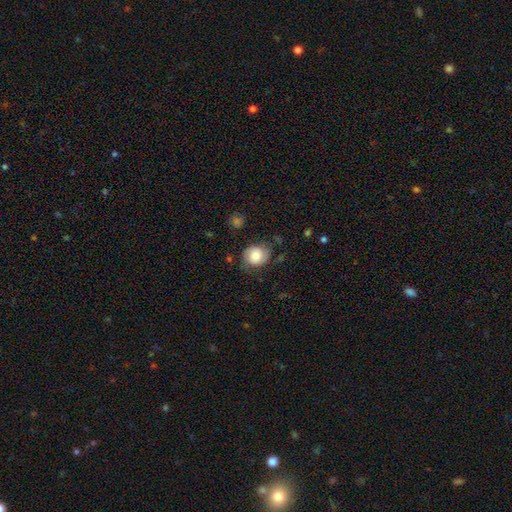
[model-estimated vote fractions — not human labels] smooth-or-featured: smooth: 65% | featured or disk: 27% | star or artifact: 9%
  how-rounded: round: 70% | in between: 29% | cigar-shaped: 1%
  merging: none: 65% | minor disturbance: 24% | major disturbance: 9% | merger: 2%